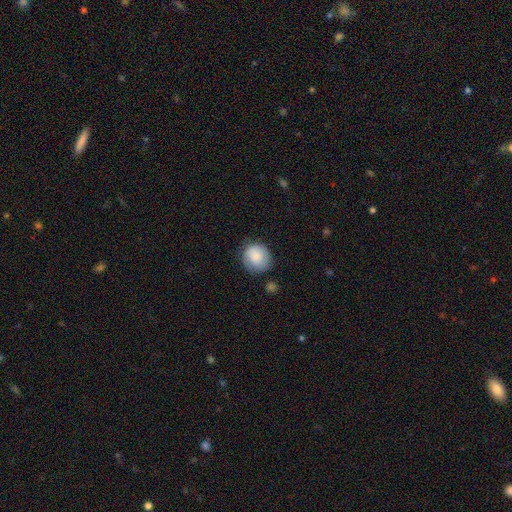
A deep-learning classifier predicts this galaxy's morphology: Smooth or featured? smooth (78%)
How rounded? round (82%)
Merging? none (70%)